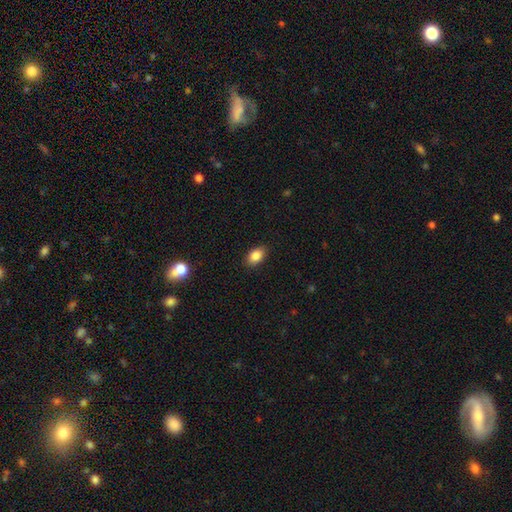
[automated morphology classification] Smooth or featured? smooth (85%)
How rounded? in between (86%)
Merging? none (88%)